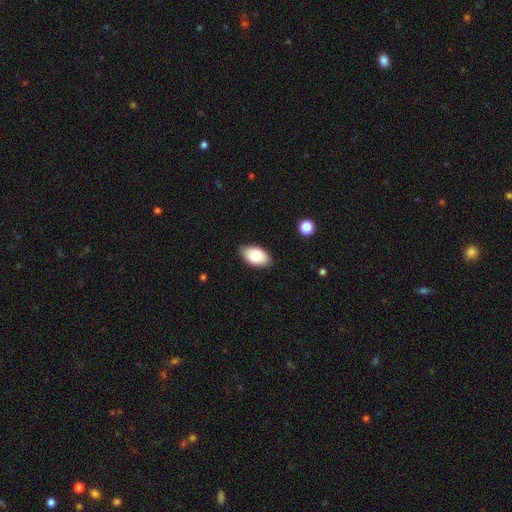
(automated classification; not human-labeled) A smooth galaxy with no disk features (84%) that is in between round and cigar-shaped (95%).

Vote fractions:
- Smooth or featured? smooth: 84% / featured or disk: 10% / star or artifact: 7%
- How rounded? in between: 95% / round: 4% / cigar-shaped: 2%
- Merging? none: 85% / minor disturbance: 12% / major disturbance: 2% / merger: 1%